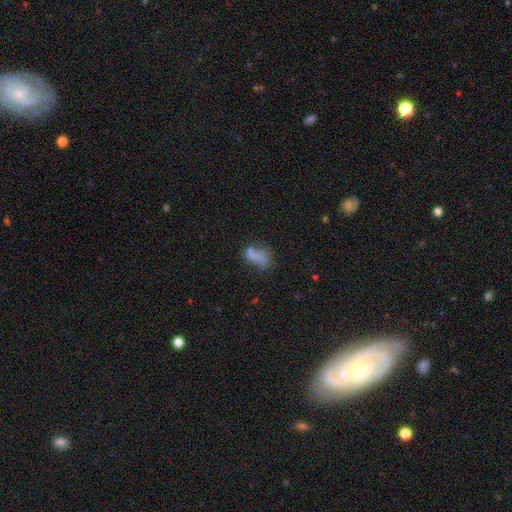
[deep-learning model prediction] Smooth or featured?
  - smooth: 65% *
  - featured or disk: 22%
  - star or artifact: 14%
How rounded?
  - in between: 82% *
  - round: 13%
  - cigar-shaped: 5%
Merging?
  - none: 32% *
  - major disturbance: 26%
  - minor disturbance: 22%
  - merger: 20%